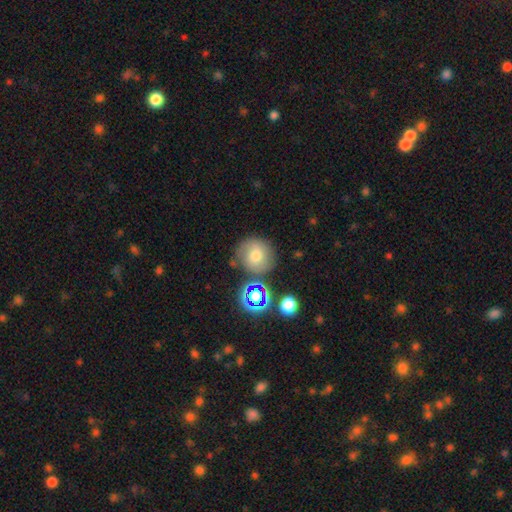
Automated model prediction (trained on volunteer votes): This appears to be a smooth galaxy with no disk features (62%) that is round (88%). Merging: none (70%).